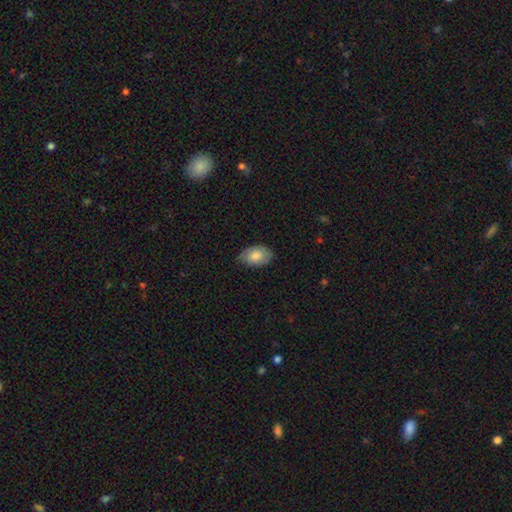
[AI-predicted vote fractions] Smooth or featured? smooth (80%)
How rounded? in between (88%)
Merging? none (69%)